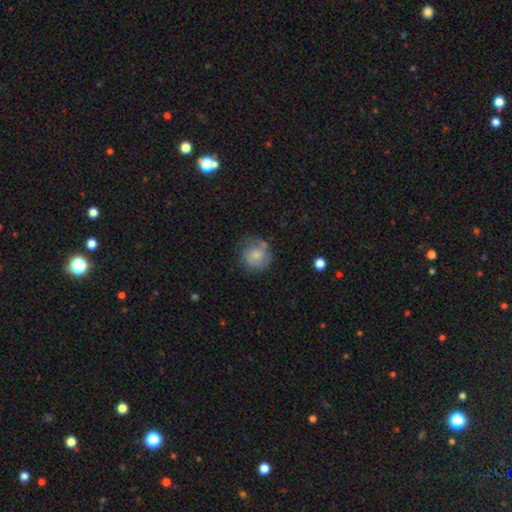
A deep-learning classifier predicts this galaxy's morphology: Smooth or featured? smooth (65%)
How rounded? round (87%)
Merging? none (60%)